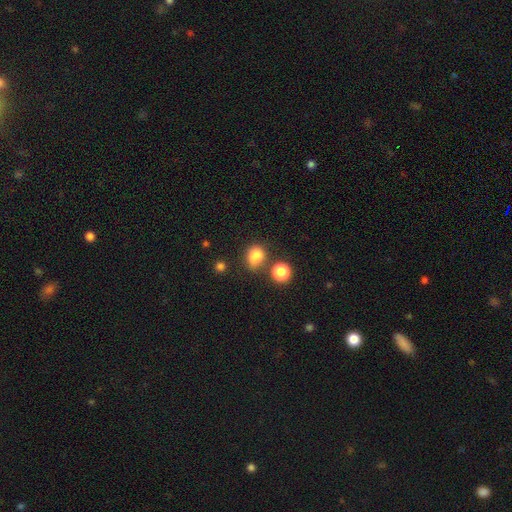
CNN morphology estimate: smooth 80%, star or artifact 13%, featured or disk 7%. Down the decision tree: how rounded — in between (54%); merging — none (48%).